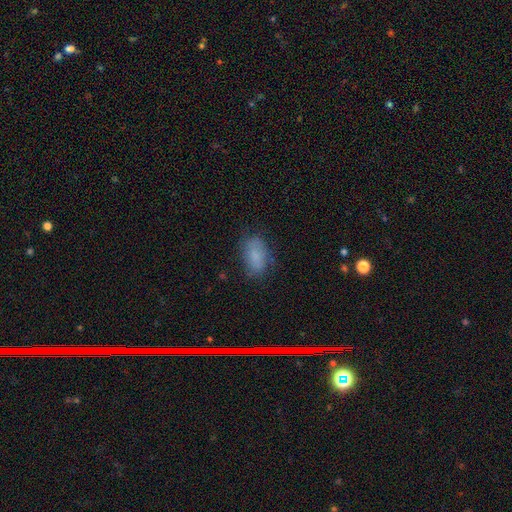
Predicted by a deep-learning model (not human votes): Smooth or featured? smooth (75%)
How rounded? in between (90%)
Merging? none (74%)